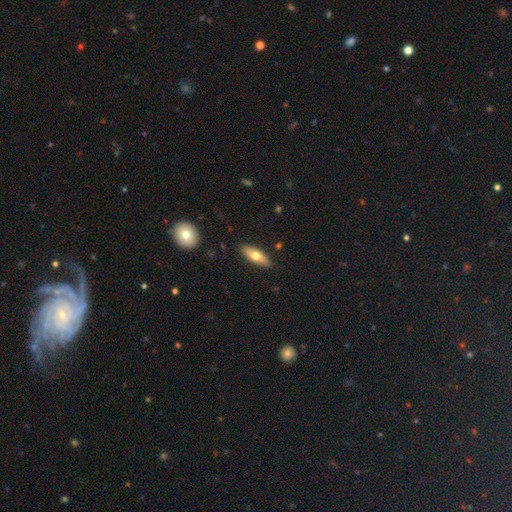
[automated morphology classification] A smooth galaxy with no disk features (63%) that is in between round and cigar-shaped (58%). Merging: none (88%).